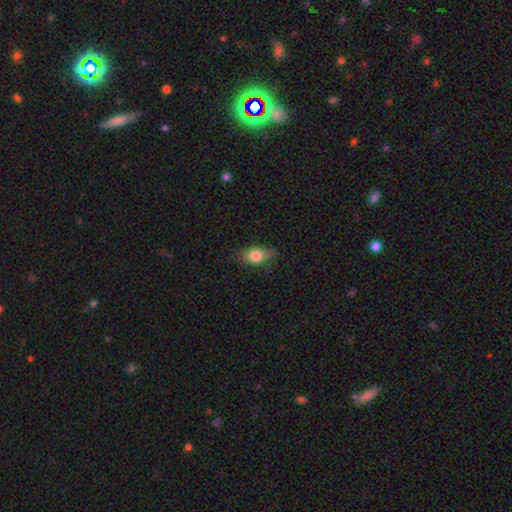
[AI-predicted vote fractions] This is likely a smooth galaxy (77%). How rounded: clearly in between (80%). Merging: likely none (71%).